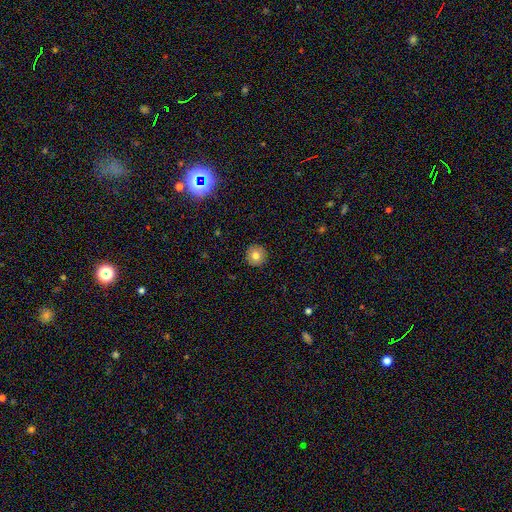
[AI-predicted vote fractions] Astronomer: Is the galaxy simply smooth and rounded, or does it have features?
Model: smooth — 79%.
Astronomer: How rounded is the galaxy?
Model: round — 95%.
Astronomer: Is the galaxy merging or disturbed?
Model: none — 92%.